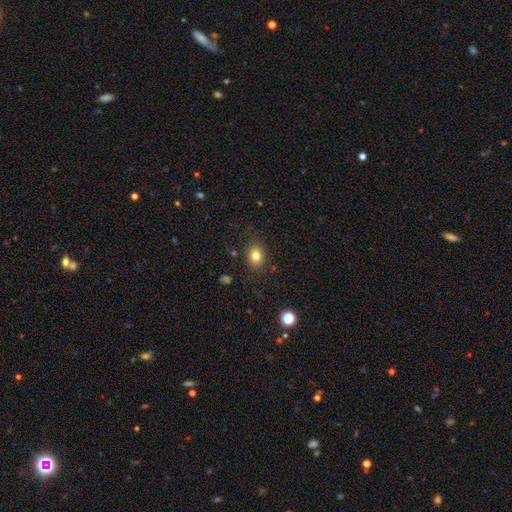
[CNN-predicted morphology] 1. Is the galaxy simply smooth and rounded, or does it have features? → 82% smooth, 11% star or artifact, 7% featured or disk.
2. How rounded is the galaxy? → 56% in between, 43% round, 1% cigar-shaped.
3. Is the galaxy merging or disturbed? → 84% none, 11% minor disturbance, 4% major disturbance, 2% merger.